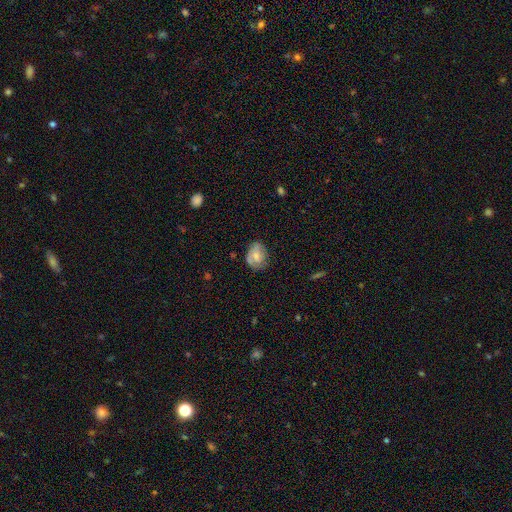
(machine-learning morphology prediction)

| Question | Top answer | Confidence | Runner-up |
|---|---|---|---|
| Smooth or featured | smooth | 55% | featured or disk (37%) |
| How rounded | in between | 59% | round (40%) |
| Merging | none | 62% | minor disturbance (27%) |